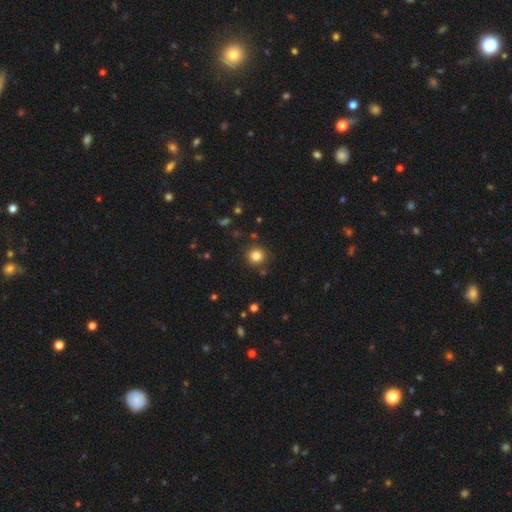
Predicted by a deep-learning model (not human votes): Morphology: type=smooth (82%); roundness=round (93%); merging=none (88%).